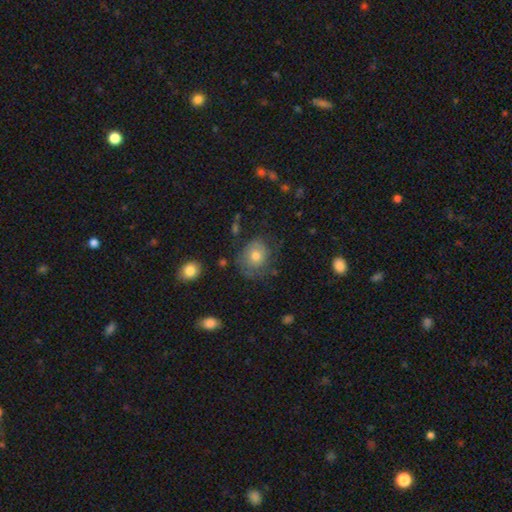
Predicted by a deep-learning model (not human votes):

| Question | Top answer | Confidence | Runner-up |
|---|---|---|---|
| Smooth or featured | smooth | 67% | featured or disk (23%) |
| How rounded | round | 69% | in between (30%) |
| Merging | none | 62% | minor disturbance (24%) |